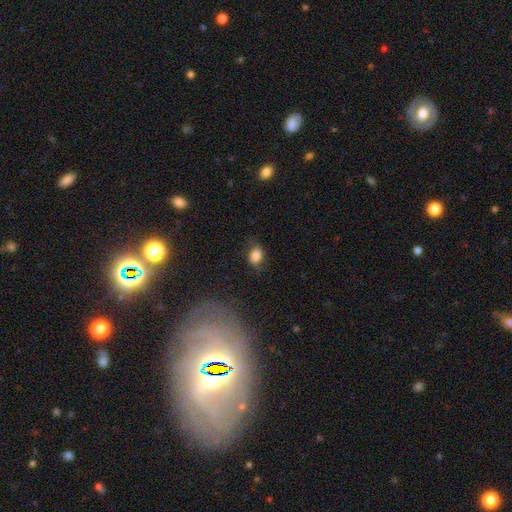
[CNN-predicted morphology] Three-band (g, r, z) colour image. It shows a smooth galaxy with no disk features (79%) that is in between round and cigar-shaped (62%). Merging: none (58%).